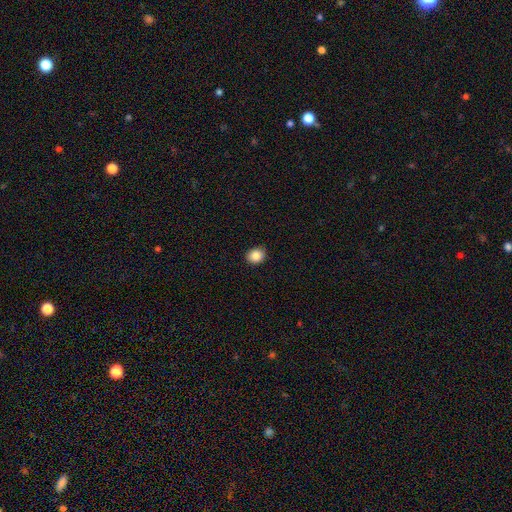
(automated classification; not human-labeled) Smooth or featured: smooth — 86% (star or artifact — 9%)
How rounded: round — 63% (in between — 36%)
Merging: none — 87% (minor disturbance — 10%)